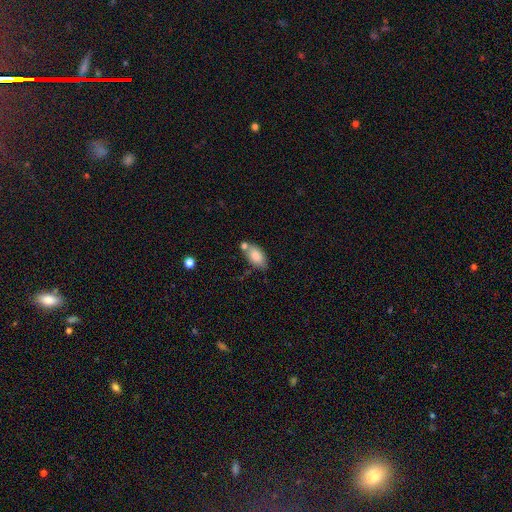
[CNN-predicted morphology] Smooth or featured? Predicted: smooth (p=0.81). How rounded? Predicted: in between (p=0.91). Merging? Predicted: none (p=0.59).